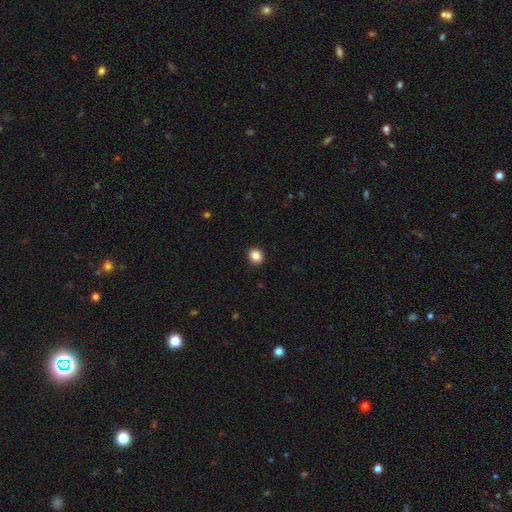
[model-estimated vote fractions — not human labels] Smooth or featured? Predicted: smooth (p=0.85). How rounded? Predicted: round (p=0.82). Merging? Predicted: none (p=0.92).